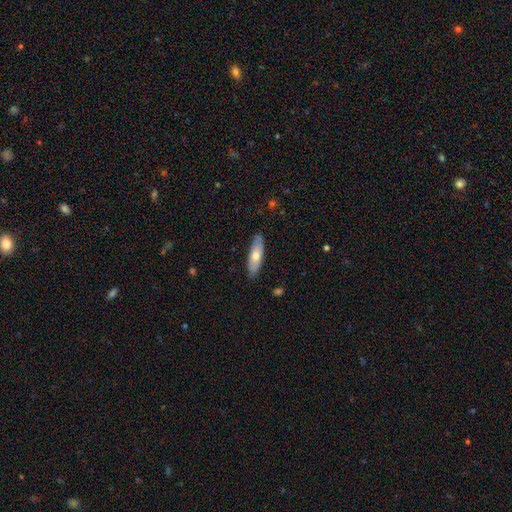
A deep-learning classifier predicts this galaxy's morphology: The model was most divided on "how rounded" (2-way tie): cigar-shaped: 49%, in between: 49%, round: 2%. More confident: merging — none (86%); smooth or featured — smooth (64%).